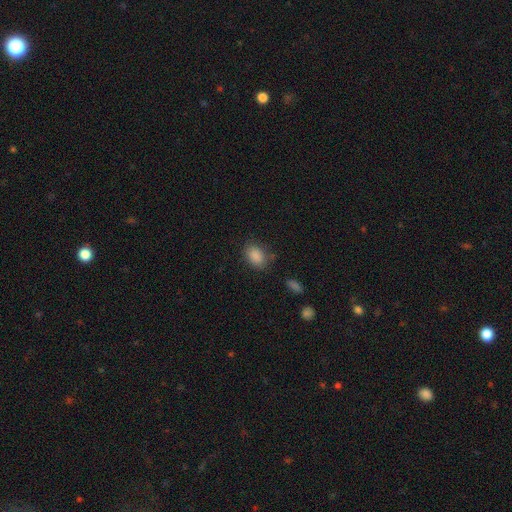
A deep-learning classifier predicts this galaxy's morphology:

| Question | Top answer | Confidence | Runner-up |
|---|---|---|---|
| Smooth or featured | smooth | 87% | star or artifact (9%) |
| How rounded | in between | 79% | round (19%) |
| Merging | none | 78% | minor disturbance (14%) |